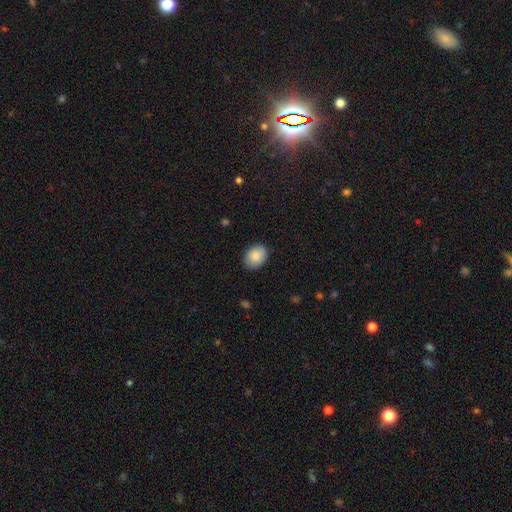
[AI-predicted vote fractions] Smooth or featured: smooth — 87% (star or artifact — 7%)
How rounded: in between — 64% (round — 35%)
Merging: none — 86% (minor disturbance — 11%)